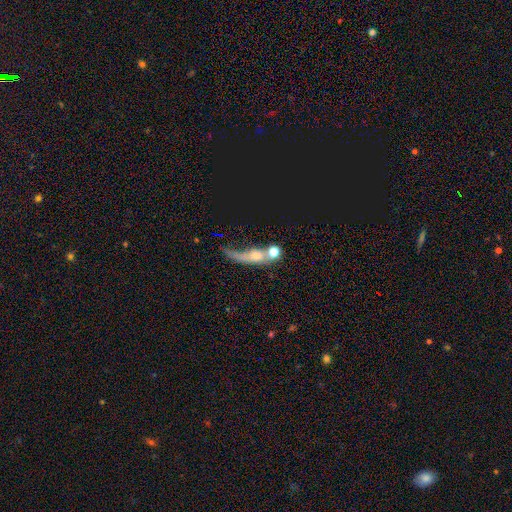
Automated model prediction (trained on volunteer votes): Smooth or featured? smooth (43%)
Merging? merger (34%)